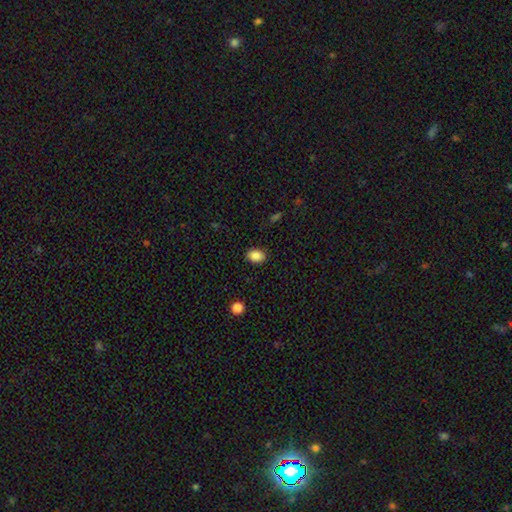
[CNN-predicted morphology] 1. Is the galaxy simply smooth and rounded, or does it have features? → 87% smooth, 9% star or artifact, 5% featured or disk.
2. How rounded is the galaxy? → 79% in between, 20% round, 1% cigar-shaped.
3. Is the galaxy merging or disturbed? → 88% none, 8% minor disturbance, 2% major disturbance, 1% merger.